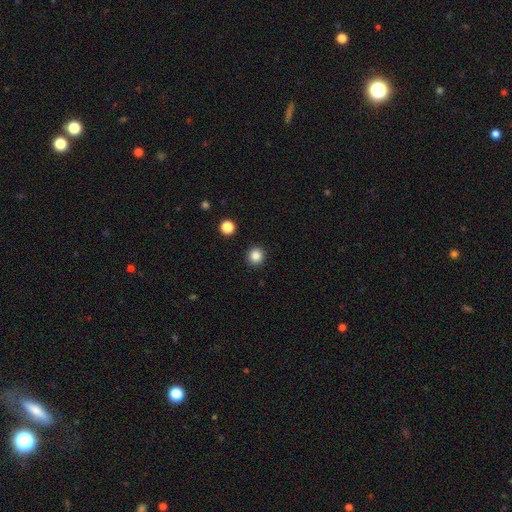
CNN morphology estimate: The model was most divided on "smooth or featured": smooth: 85%, star or artifact: 11%, featured or disk: 4%. More confident: how rounded — round (94%); merging — none (92%).